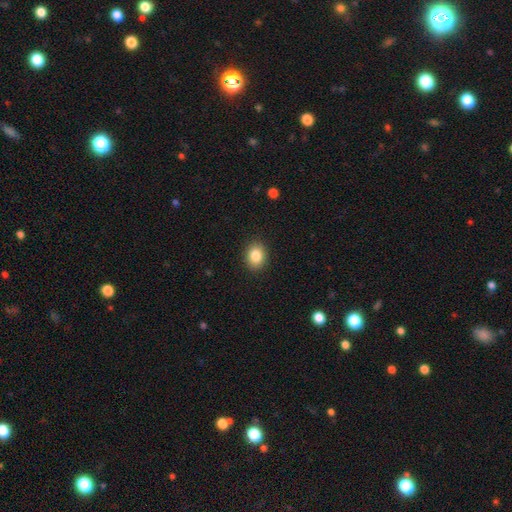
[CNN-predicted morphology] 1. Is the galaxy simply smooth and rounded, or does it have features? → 85% smooth, 9% star or artifact, 6% featured or disk.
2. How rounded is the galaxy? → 53% in between, 46% round, 1% cigar-shaped.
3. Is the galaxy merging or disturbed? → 90% none, 7% minor disturbance, 2% major disturbance, 1% merger.